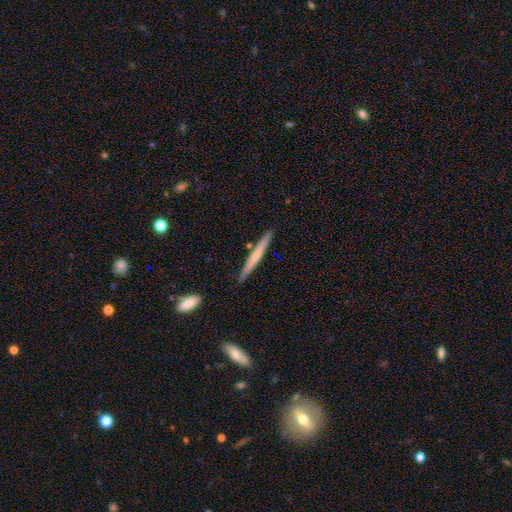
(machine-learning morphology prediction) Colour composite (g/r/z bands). It shows a smooth galaxy with no disk features (56%) that is cigar-shaped (96%). Merging: none (89%).